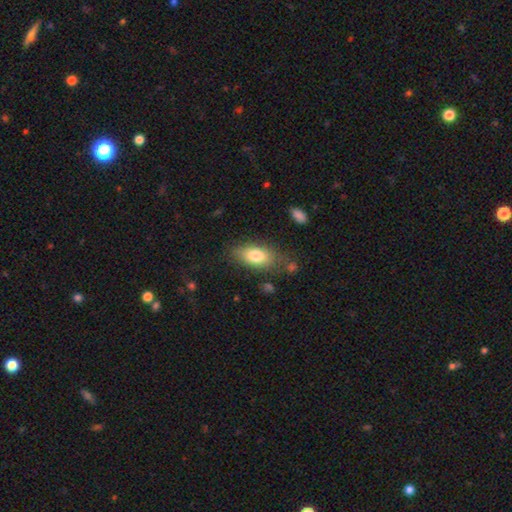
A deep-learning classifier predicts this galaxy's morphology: smooth 78%, featured or disk 15%, star or artifact 7%. Down the decision tree: how rounded — in between (88%); merging — none (72%).